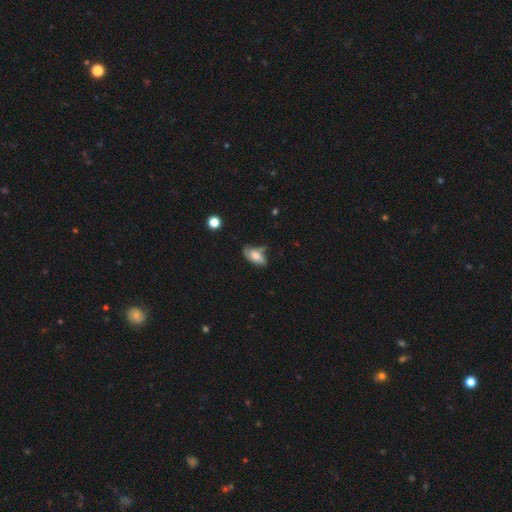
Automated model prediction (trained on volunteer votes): Smooth or featured?
  - smooth: 67% *
  - featured or disk: 25%
  - star or artifact: 8%
How rounded?
  - in between: 90% *
  - cigar-shaped: 5%
  - round: 4%
Merging?
  - none: 46% *
  - minor disturbance: 35%
  - major disturbance: 13%
  - merger: 7%